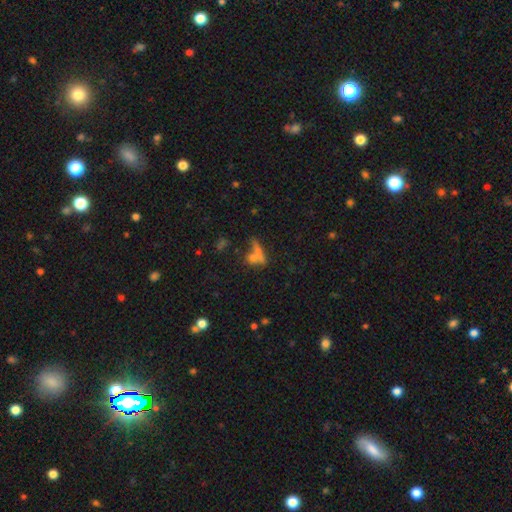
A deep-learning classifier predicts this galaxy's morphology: smooth_or_featured: smooth (p=0.62) [alt: featured or disk p=0.21]
how_rounded: in between (p=0.41) [alt: round p=0.33]
merging: none (p=0.42) [alt: merger p=0.36]